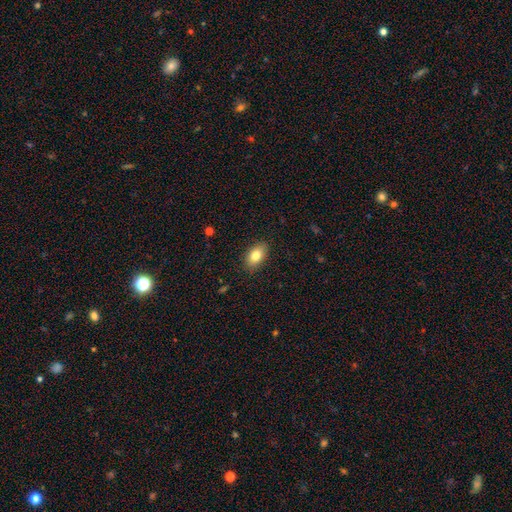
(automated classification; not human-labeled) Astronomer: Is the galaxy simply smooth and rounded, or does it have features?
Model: smooth — 81%.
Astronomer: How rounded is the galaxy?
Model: in between — 90%.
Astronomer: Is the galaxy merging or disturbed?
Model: none — 88%.